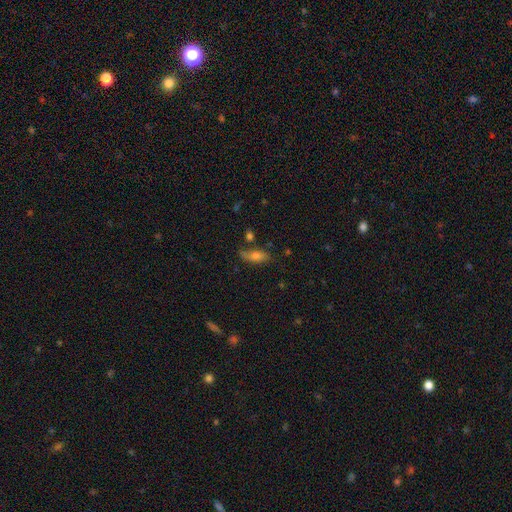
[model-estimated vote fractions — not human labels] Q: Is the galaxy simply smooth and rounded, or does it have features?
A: smooth — 64%.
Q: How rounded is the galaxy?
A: in between — 71%.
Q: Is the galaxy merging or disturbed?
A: none — 61%.